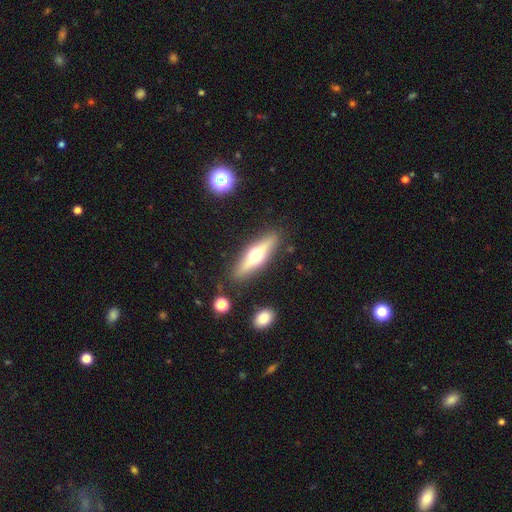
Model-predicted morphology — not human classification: Smooth or featured: featured or disk — 54% (smooth — 39%)
Edge-on disk: yes — 91% (no — 9%)
Merging: none — 87% (minor disturbance — 9%)